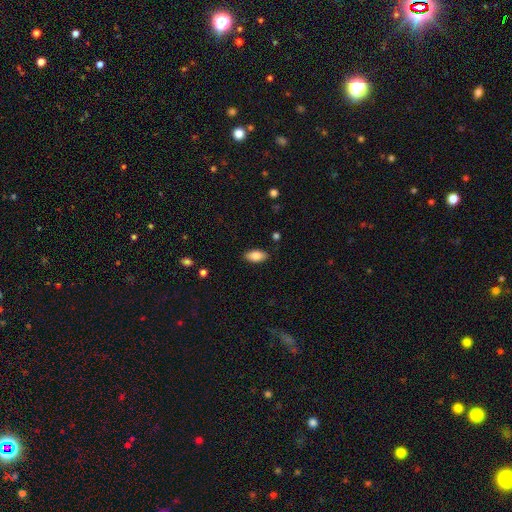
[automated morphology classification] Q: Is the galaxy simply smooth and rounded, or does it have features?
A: smooth — 85%.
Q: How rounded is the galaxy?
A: in between — 92%.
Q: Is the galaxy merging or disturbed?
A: none — 86%.